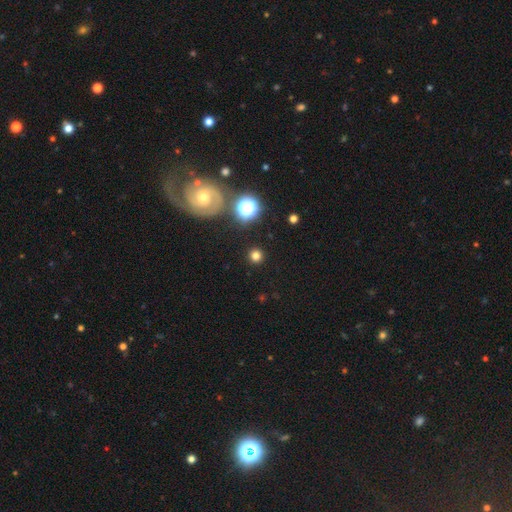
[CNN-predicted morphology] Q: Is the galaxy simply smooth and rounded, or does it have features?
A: smooth — 74%.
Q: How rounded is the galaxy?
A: round — 94%.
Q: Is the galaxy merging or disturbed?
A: none — 91%.